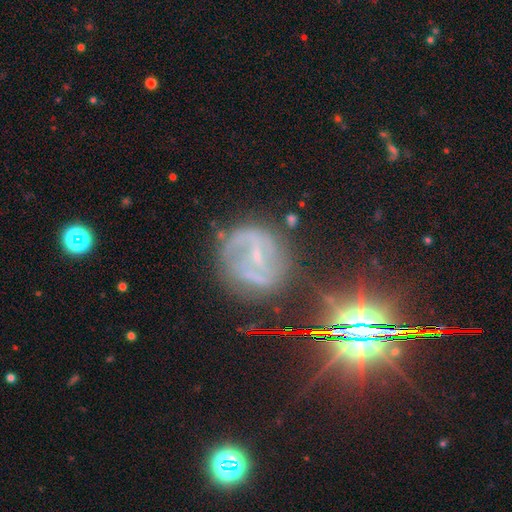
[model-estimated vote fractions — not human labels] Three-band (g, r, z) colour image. It shows a featured or disk galaxy (69%) with a strong bar (54%), 2 (66%) medium (39%) spiral arms (77%) and a small central bulge (69%). Merging: none (69%).